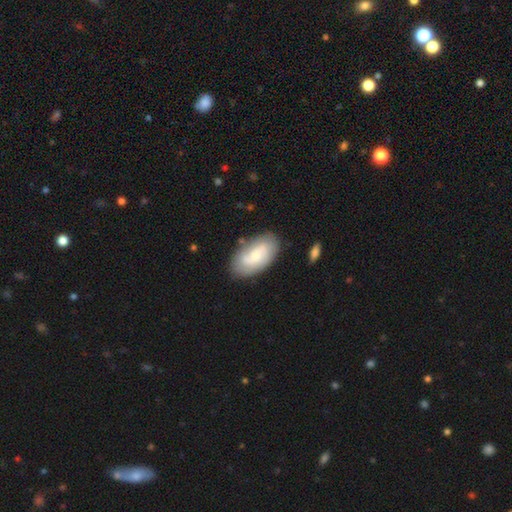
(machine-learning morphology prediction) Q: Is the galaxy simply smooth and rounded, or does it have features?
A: featured or disk — 50%.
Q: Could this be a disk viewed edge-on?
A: no — 94%.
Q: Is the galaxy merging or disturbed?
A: none — 76%.